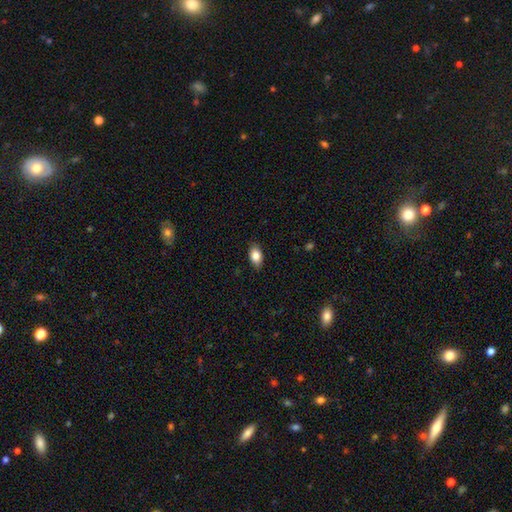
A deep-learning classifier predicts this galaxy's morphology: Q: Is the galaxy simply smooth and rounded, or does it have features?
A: smooth — 84%.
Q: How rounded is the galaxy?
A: in between — 90%.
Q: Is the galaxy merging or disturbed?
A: none — 86%.